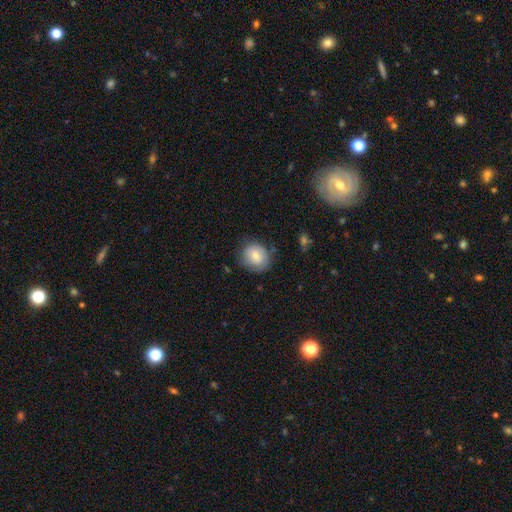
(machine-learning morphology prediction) This is likely a smooth galaxy (76%). How rounded: likely round (72%). Merging: likely none (73%).